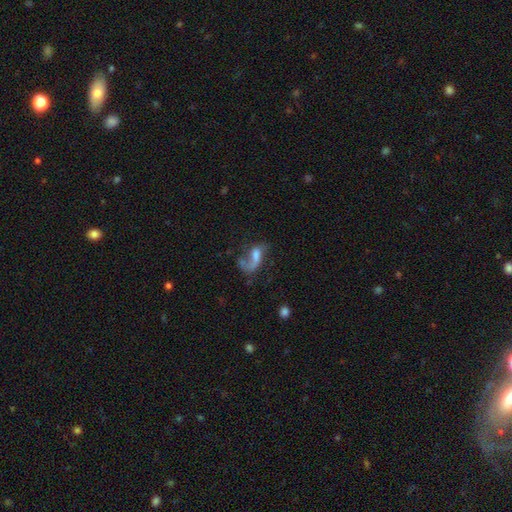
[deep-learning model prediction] This is possibly a featured or disk galaxy (53%). It is clearly not viewed edge-on (94%). Merging: marginally major disturbance (44%).